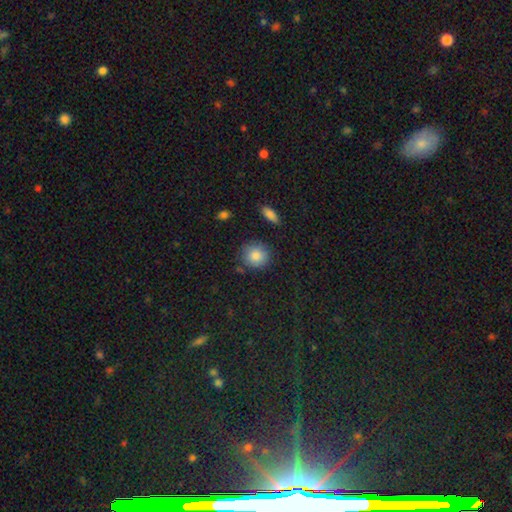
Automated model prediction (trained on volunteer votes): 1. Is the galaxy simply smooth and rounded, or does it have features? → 85% smooth, 9% star or artifact, 6% featured or disk.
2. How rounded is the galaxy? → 87% round, 12% in between, 1% cigar-shaped.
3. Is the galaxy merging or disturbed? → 82% none, 12% minor disturbance, 3% merger, 3% major disturbance.